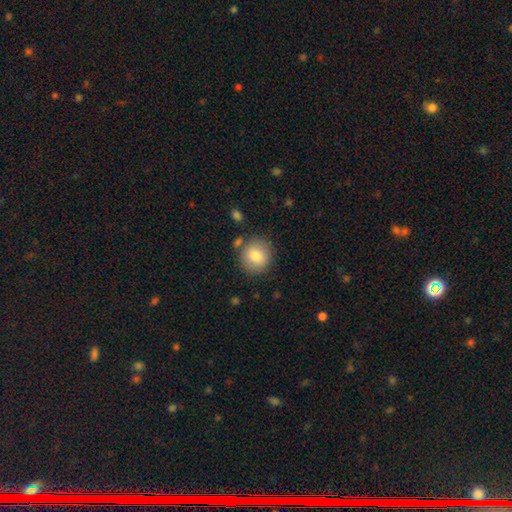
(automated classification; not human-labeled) The model was most divided on "merging": none: 82%, minor disturbance: 10%, merger: 5%, major disturbance: 3%. More confident: how rounded — round (89%); smooth or featured — smooth (82%).